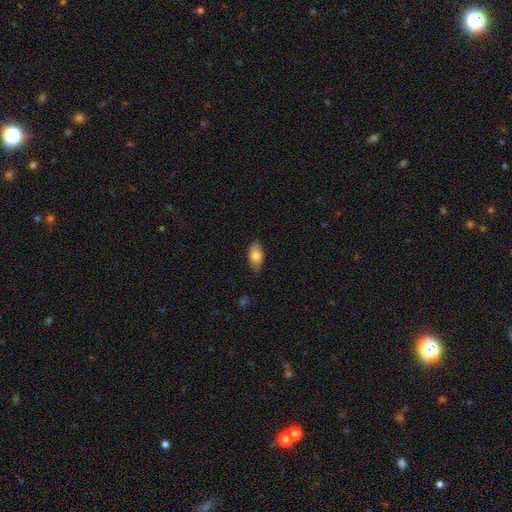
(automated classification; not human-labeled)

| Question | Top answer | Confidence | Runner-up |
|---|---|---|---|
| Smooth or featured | smooth | 81% | featured or disk (12%) |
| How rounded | in between | 93% | round (4%) |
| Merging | none | 84% | minor disturbance (13%) |